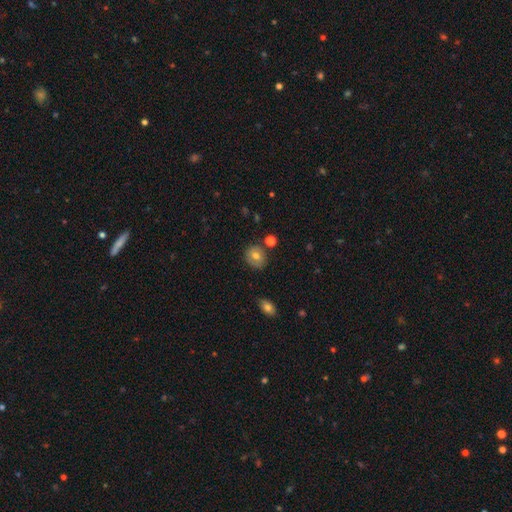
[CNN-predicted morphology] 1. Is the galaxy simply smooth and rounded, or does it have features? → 71% smooth, 19% featured or disk, 10% star or artifact.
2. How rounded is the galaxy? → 72% round, 27% in between, 1% cigar-shaped.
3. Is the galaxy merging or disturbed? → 77% none, 15% minor disturbance, 5% merger, 3% major disturbance.